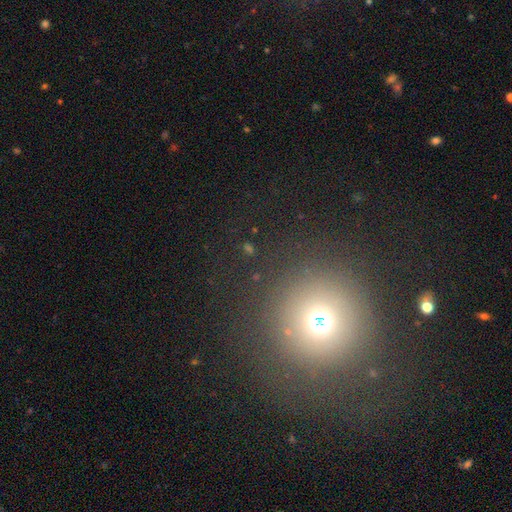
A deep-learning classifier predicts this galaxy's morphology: A smooth galaxy with no disk features (64%) that is round (95%). Merging: none (82%).